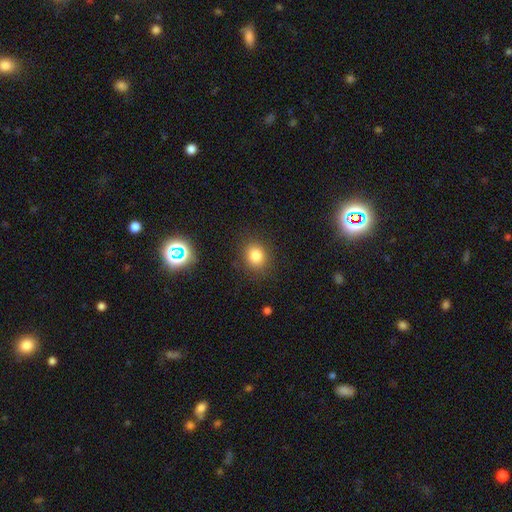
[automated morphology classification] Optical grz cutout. It shows a smooth galaxy with no disk features (80%) that is round (68%). Merging: none (86%).